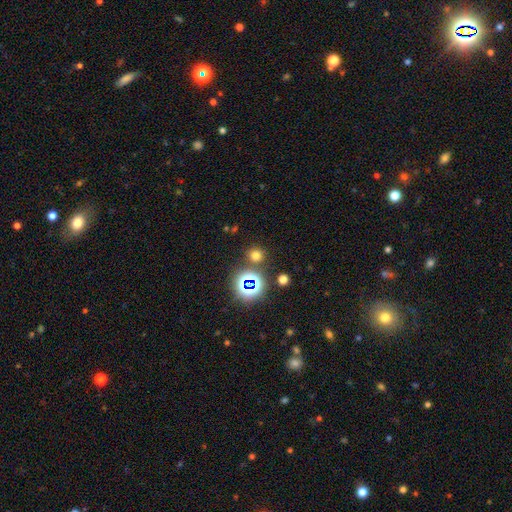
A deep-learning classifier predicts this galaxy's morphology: Overall: smooth (65%; star or artifact 29%). How rounded: round (89%). Merging: none (82%).